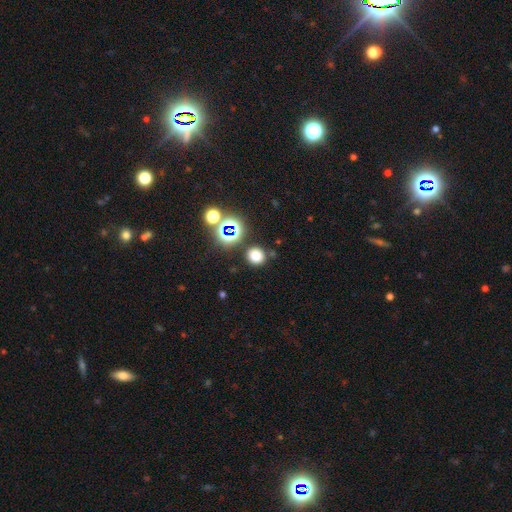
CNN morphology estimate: smooth_or_featured: smooth (p=0.73) [alt: star or artifact p=0.21]
how_rounded: round (p=0.89) [alt: in between p=0.10]
merging: none (p=0.84) [alt: minor disturbance p=0.08]